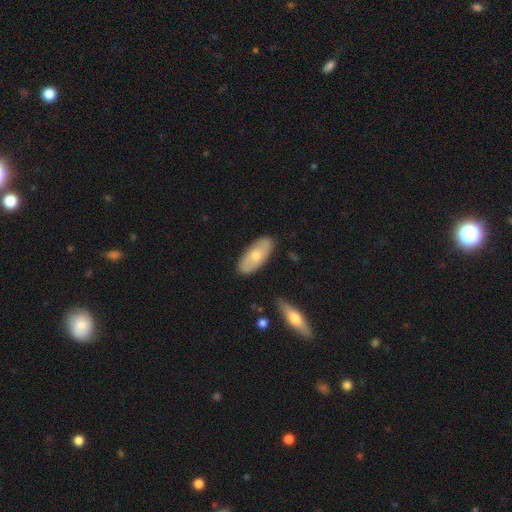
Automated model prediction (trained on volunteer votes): Smooth or featured? Predicted: smooth (p=0.61). How rounded? Predicted: in between (p=0.88). Merging? Predicted: none (p=0.85).